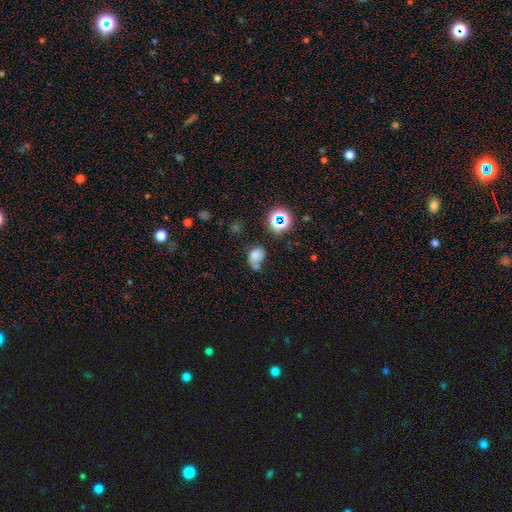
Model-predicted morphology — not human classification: This appears to be a smooth galaxy with no disk features (69%) that is in between round and cigar-shaped (55%). Merging: none (39%).